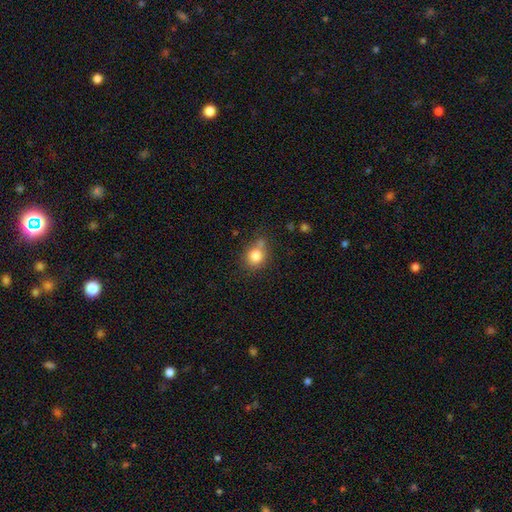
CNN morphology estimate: smooth 82%, star or artifact 10%, featured or disk 8%. Down the decision tree: how rounded — round (73%); merging — none (59%).